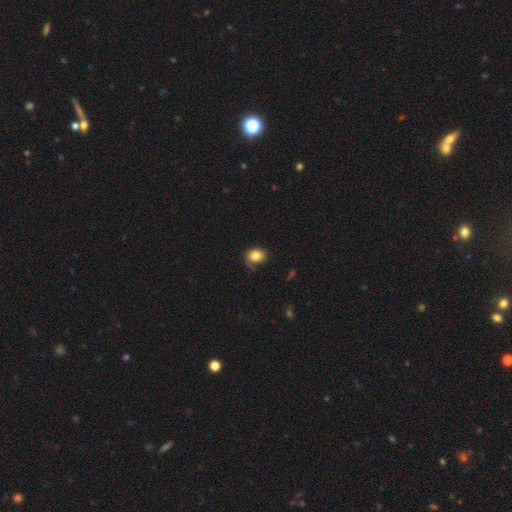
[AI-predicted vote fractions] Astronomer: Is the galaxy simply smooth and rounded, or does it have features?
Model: smooth — 83%.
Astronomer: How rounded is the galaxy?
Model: round — 56% (runner-up: in between, 43%).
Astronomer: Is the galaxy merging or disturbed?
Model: none — 69%.